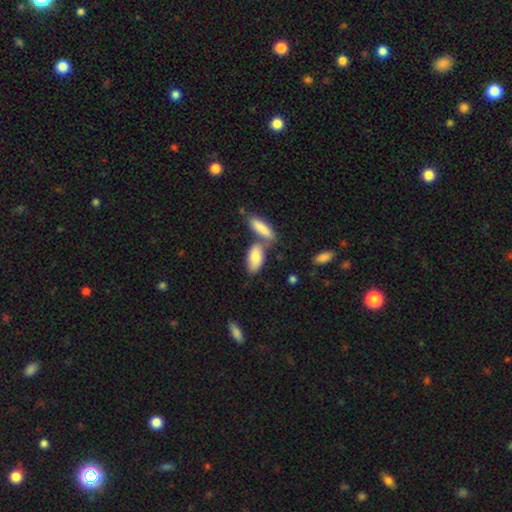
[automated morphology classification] A smooth galaxy with no disk features (82%) that is in between round and cigar-shaped (81%).

Vote fractions:
- Smooth or featured? smooth: 82% / featured or disk: 12% / star or artifact: 5%
- How rounded? in between: 81% / cigar-shaped: 16% / round: 3%
- Merging? none: 48% / merger: 36% / minor disturbance: 12% / major disturbance: 4%